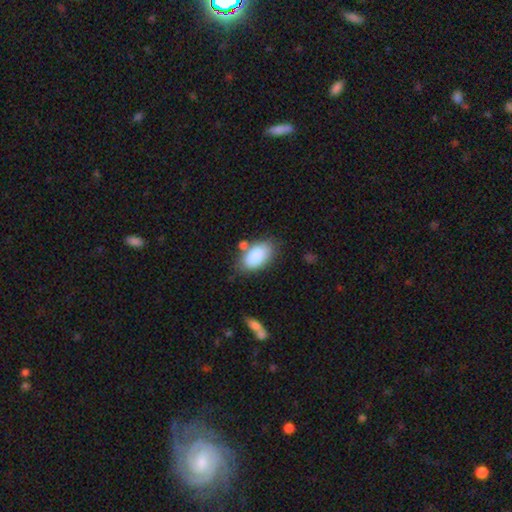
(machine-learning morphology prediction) Smooth or featured? smooth (86%)
How rounded? in between (94%)
Merging? none (65%)